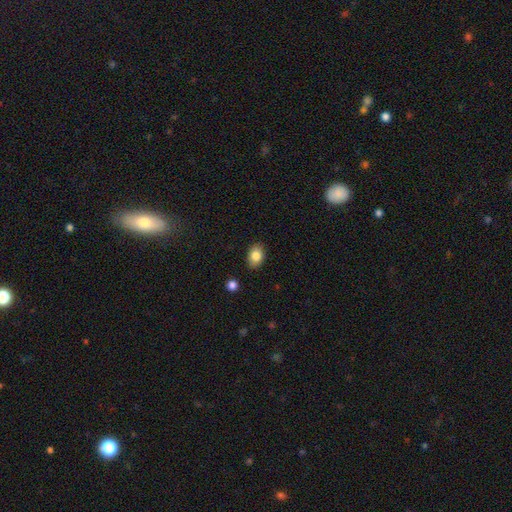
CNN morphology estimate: smooth_or_featured: smooth (p=0.84) [alt: star or artifact p=0.08]
how_rounded: in between (p=0.78) [alt: round p=0.21]
merging: none (p=0.87) [alt: minor disturbance p=0.09]